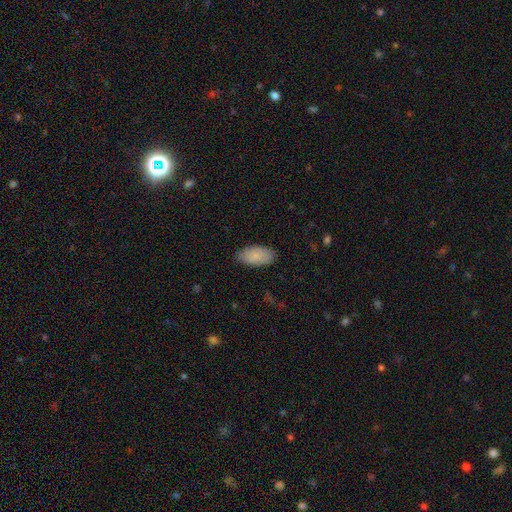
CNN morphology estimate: The model was most divided on "merging": none: 84%, minor disturbance: 12%, major disturbance: 2%, merger: 1%. More confident: how rounded — in between (94%); smooth or featured — smooth (85%).